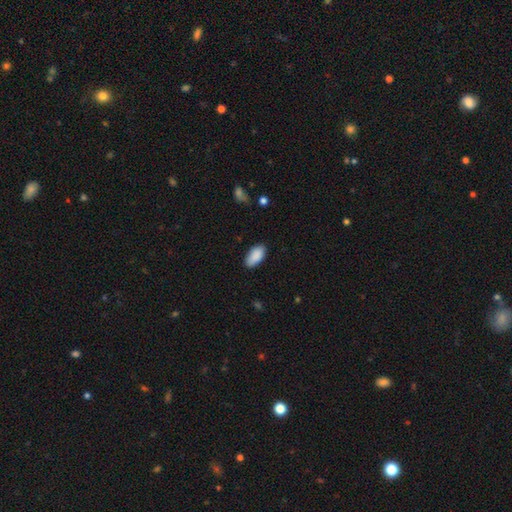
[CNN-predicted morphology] smooth 90%, star or artifact 7%, featured or disk 4%. Down the decision tree: how rounded — in between (93%); merging — none (83%).